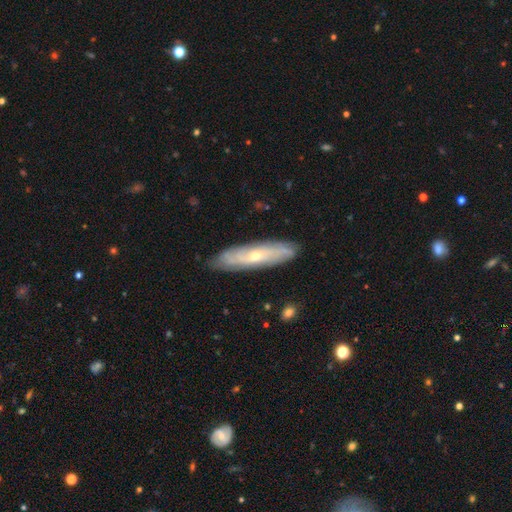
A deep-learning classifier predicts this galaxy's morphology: Q: Smooth or featured?
A: featured or disk (66%); runner-up: smooth (28%)
Q: Edge-on disk?
A: no (63%); runner-up: yes (37%)
Q: Merging?
A: none (84%); runner-up: minor disturbance (13%)